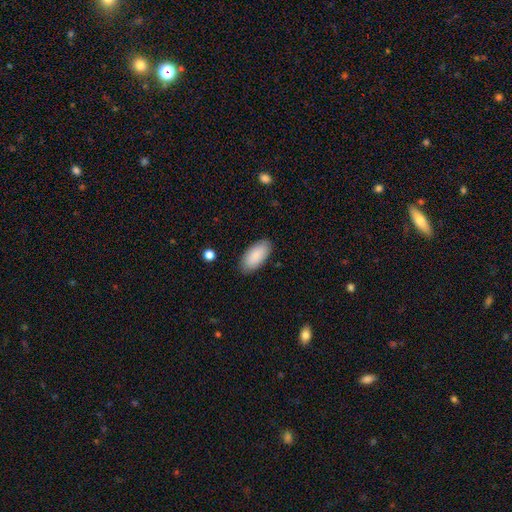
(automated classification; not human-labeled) Overall: smooth (88%). How rounded: in between (94%). Merging: none (86%).